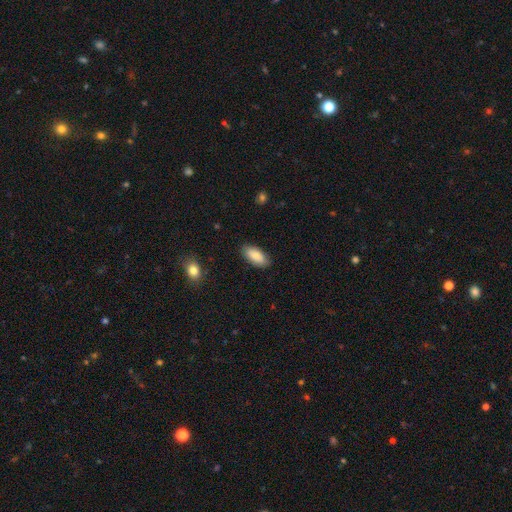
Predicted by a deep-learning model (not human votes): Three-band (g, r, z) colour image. It shows a smooth galaxy with no disk features (85%) that is in between round and cigar-shaped (89%). Merging: none (86%).